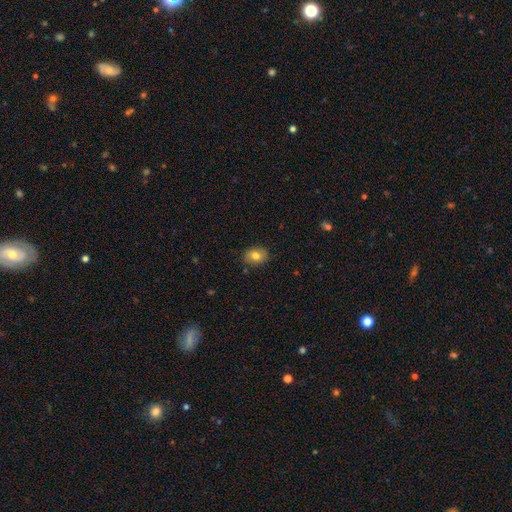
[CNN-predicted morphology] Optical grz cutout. It shows a smooth galaxy with no disk features (78%) that is in between round and cigar-shaped (67%). Merging: none (84%).